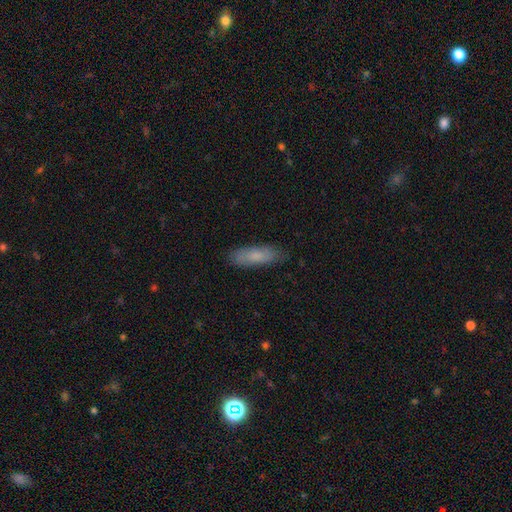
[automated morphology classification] Smooth or featured? Predicted: smooth (p=0.77). How rounded? Predicted: cigar-shaped (p=0.51). Merging? Predicted: none (p=0.81).